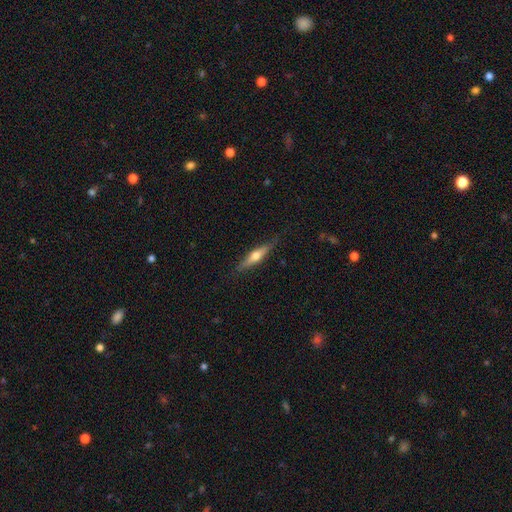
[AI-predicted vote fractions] A featured or disk galaxy (54%) viewed edge-on (94%) with a rounded central bulge (92%). Merging: none (84%).